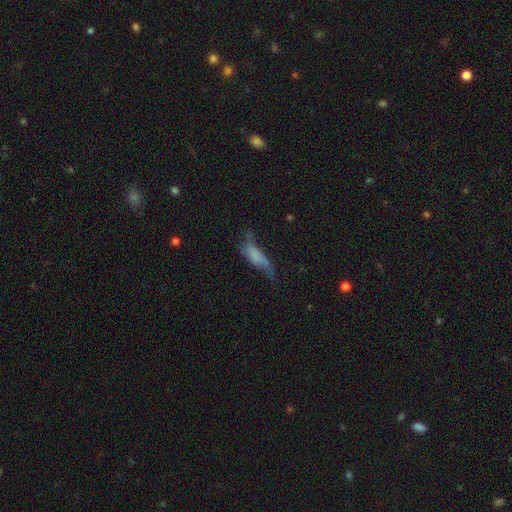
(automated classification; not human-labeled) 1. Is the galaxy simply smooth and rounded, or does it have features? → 59% smooth, 31% featured or disk, 10% star or artifact.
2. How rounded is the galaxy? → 54% in between, 43% cigar-shaped, 3% round.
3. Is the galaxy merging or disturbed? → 34% none, 32% minor disturbance, 30% major disturbance, 5% merger.